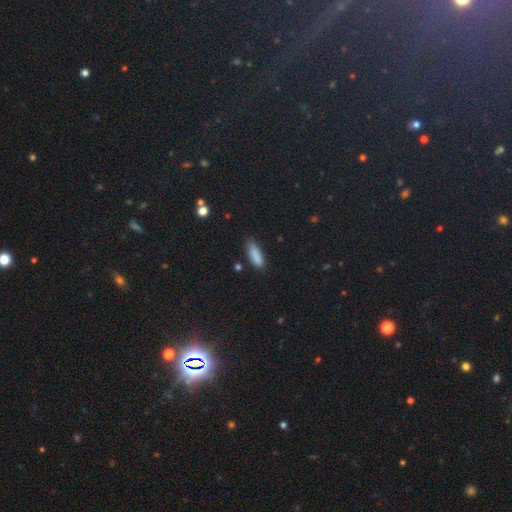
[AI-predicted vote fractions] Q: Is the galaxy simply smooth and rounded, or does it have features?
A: smooth — 87%.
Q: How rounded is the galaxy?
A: in between — 51%.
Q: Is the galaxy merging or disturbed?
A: none — 77%.